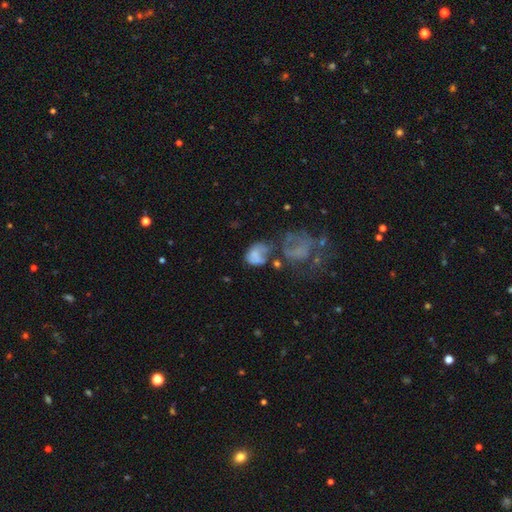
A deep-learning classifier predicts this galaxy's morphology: Smooth or featured? Predicted: smooth (p=0.56). How rounded? Predicted: in between (p=0.63). Merging? Predicted: major disturbance (p=0.32).